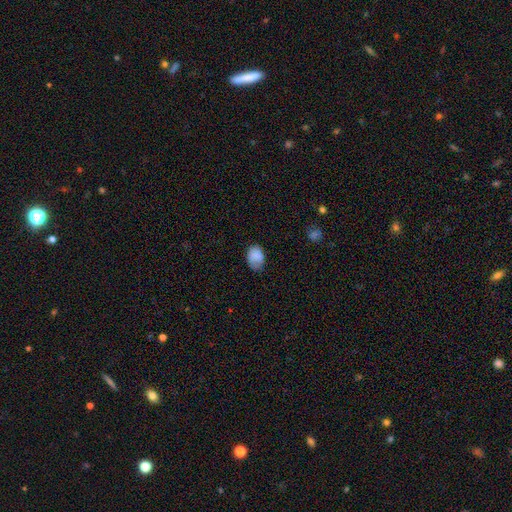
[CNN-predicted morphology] A smooth galaxy with no disk features (82%) that is in between round and cigar-shaped (77%).

Vote fractions:
- Smooth or featured? smooth: 82% / featured or disk: 10% / star or artifact: 8%
- How rounded? in between: 77% / round: 22% / cigar-shaped: 1%
- Merging? none: 56% / minor disturbance: 32% / major disturbance: 10% / merger: 2%